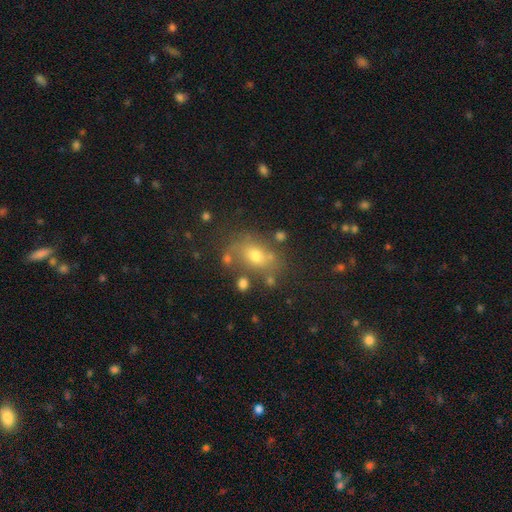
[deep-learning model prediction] smooth_or_featured: smooth (p=0.64) [alt: featured or disk p=0.20]
how_rounded: in between (p=0.68) [alt: round p=0.29]
merging: none (p=0.67) [alt: minor disturbance p=0.17]